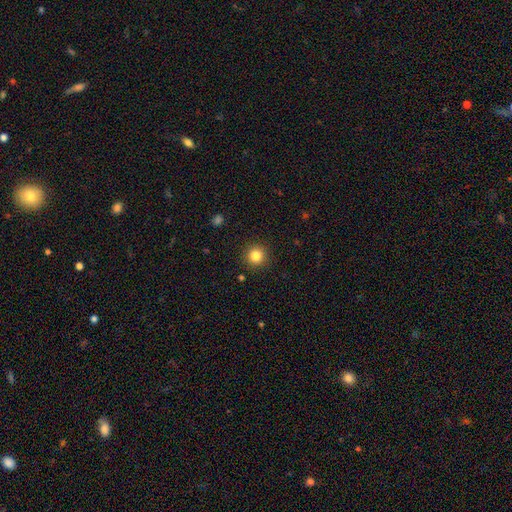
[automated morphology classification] Q: Smooth or featured?
A: smooth (83%); runner-up: star or artifact (12%)
Q: How rounded?
A: round (95%); runner-up: in between (4%)
Q: Merging?
A: none (92%); runner-up: minor disturbance (5%)